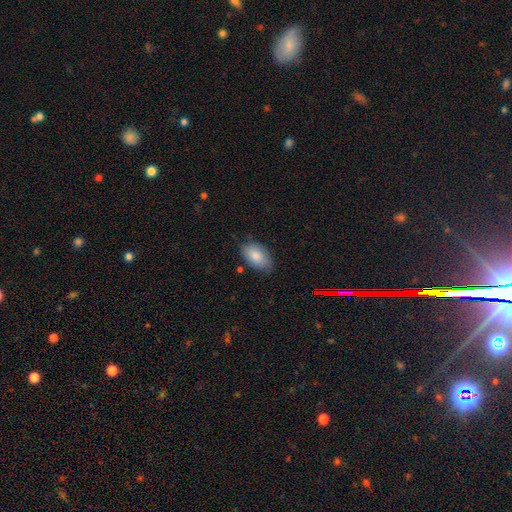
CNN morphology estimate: smooth 84%, featured or disk 9%, star or artifact 7%. Down the decision tree: how rounded — in between (93%); merging — none (75%).